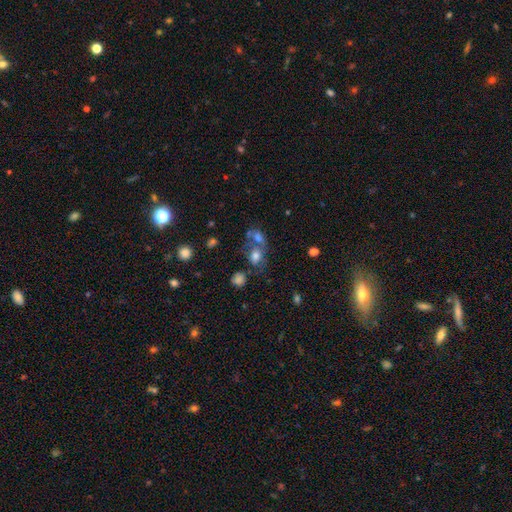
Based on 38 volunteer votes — This appears to be a smooth galaxy with no disk features (68%) that is in between round and cigar-shaped (69%). Merging: merger (61%).